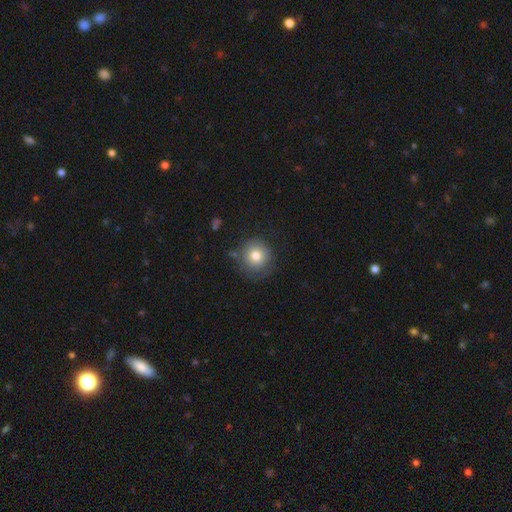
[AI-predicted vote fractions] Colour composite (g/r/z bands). It shows a smooth galaxy with no disk features (78%) that is round (92%). Merging: none (74%).